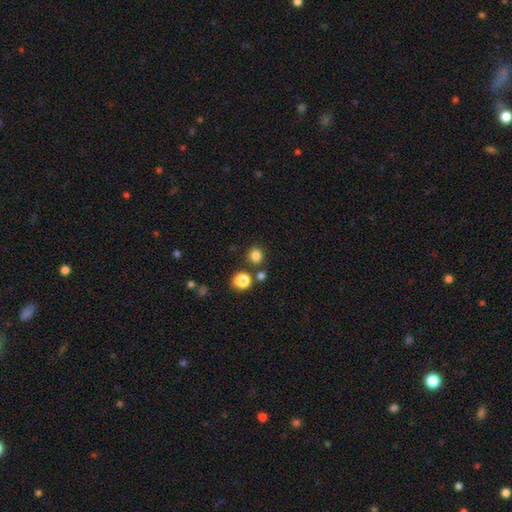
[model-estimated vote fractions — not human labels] This is clearly a smooth galaxy (82%). How rounded: clearly round (87%). Merging: clearly none (80%).